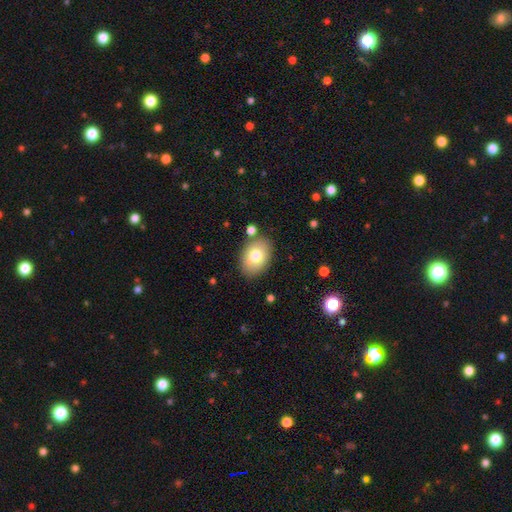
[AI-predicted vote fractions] This is likely a smooth galaxy (76%). How rounded: clearly in between (81%). Merging: clearly none (82%).